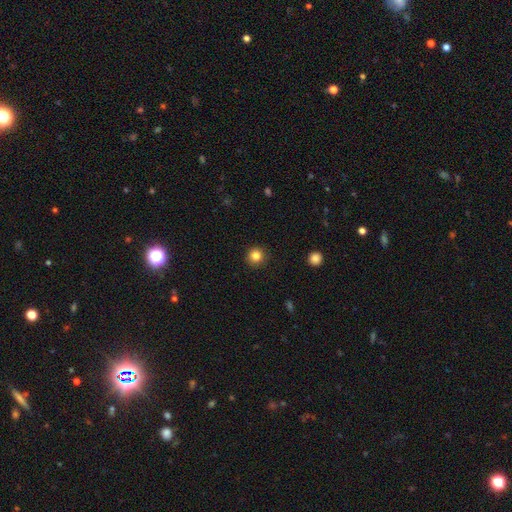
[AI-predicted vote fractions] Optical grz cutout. It shows a smooth galaxy with no disk features (83%) that is round (94%). Merging: none (92%).